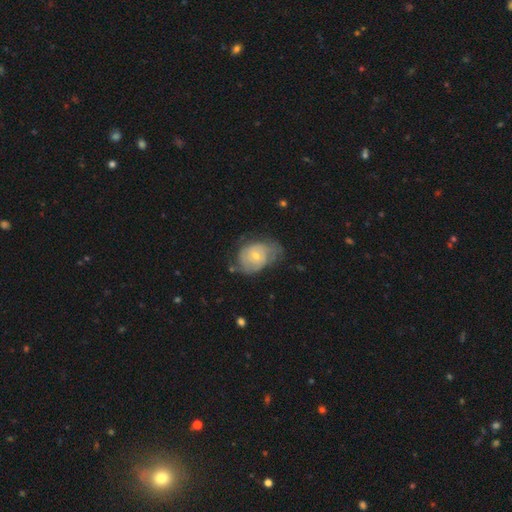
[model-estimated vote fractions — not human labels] A featured or disk galaxy (57%) with no bar (72%), spiral arms (71%) and a small central bulge (60%). Merging: none (40%).